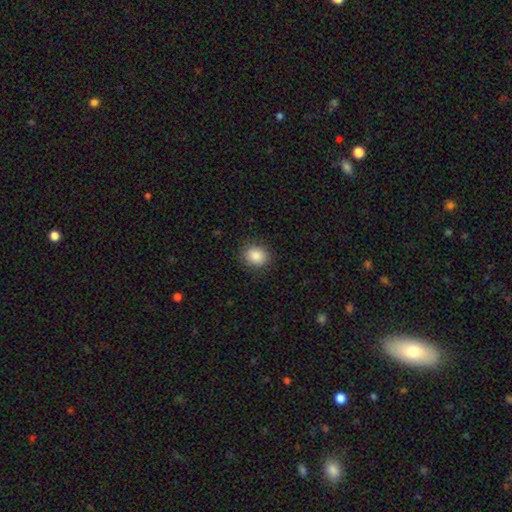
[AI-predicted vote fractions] This is clearly a smooth galaxy (86%). How rounded: likely round (70%). Merging: clearly none (89%).